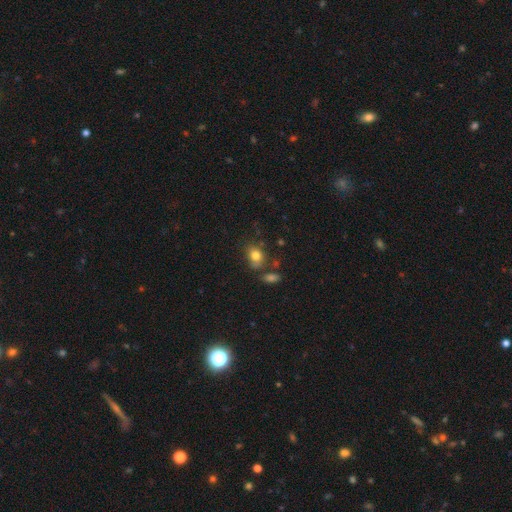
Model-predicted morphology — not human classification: Smooth or featured? smooth (78%)
How rounded? in between (55%)
Merging? none (58%)